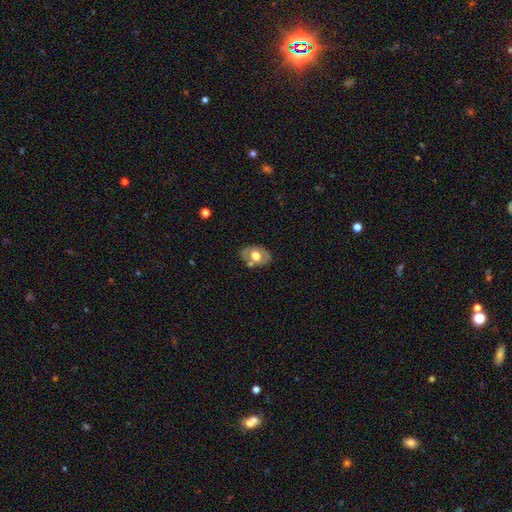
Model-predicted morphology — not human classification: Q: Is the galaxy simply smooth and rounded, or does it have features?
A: smooth — 53%.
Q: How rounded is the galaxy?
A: in between — 83%.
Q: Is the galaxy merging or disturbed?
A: none — 68%.